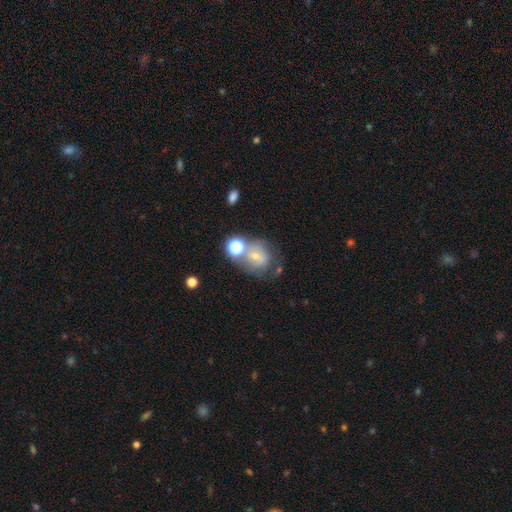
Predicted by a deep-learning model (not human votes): Q: Smooth or featured?
A: smooth (45%); runner-up: featured or disk (40%)
Q: Merging?
A: none (41%); runner-up: merger (25%)